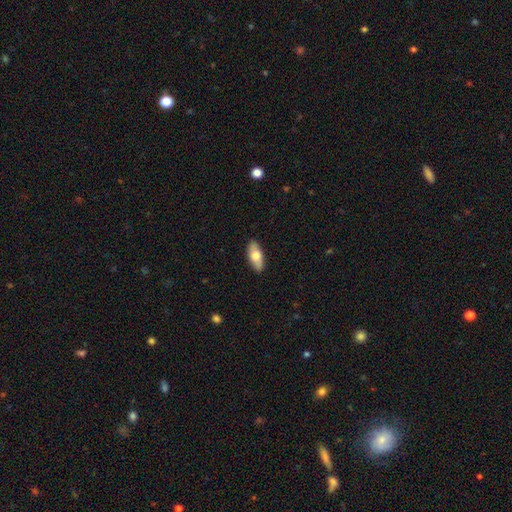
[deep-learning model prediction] A smooth galaxy with no disk features (70%) that is in between round and cigar-shaped (83%).

Vote fractions:
- Smooth or featured? smooth: 70% / featured or disk: 25% / star or artifact: 6%
- How rounded? in between: 83% / cigar-shaped: 14% / round: 3%
- Merging? none: 88% / minor disturbance: 9% / major disturbance: 2% / merger: 1%